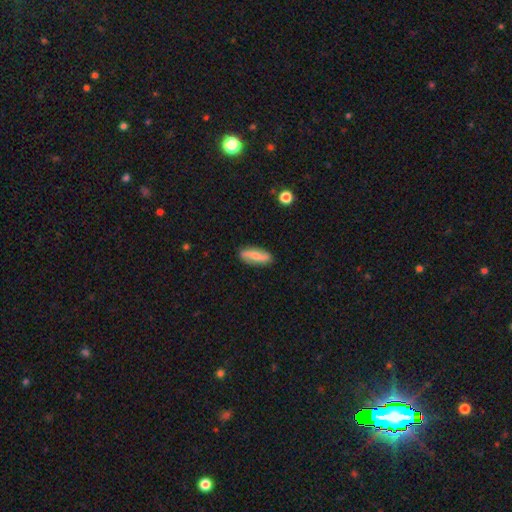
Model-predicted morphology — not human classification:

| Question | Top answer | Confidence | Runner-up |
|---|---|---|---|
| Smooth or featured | smooth | 48% | featured or disk (46%) |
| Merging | none | 85% | minor disturbance (11%) |